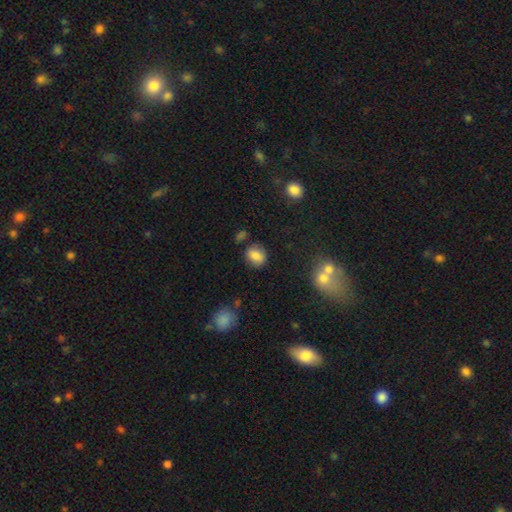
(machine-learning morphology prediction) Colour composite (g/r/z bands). It shows a smooth galaxy with no disk features (82%) that is round (58%). Merging: none (80%).